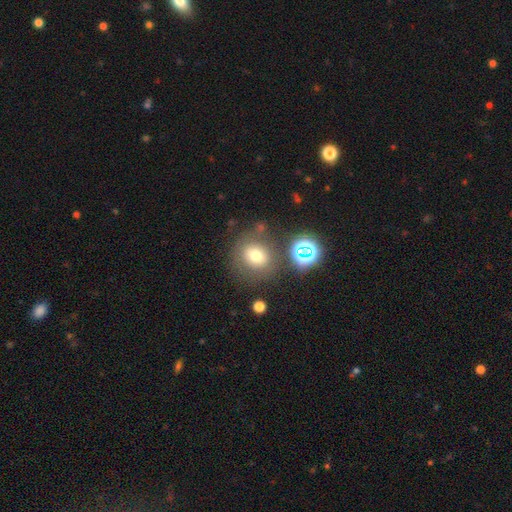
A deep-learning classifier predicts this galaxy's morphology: This appears to be a smooth galaxy with no disk features (69%) that is round (84%). Merging: none (71%).